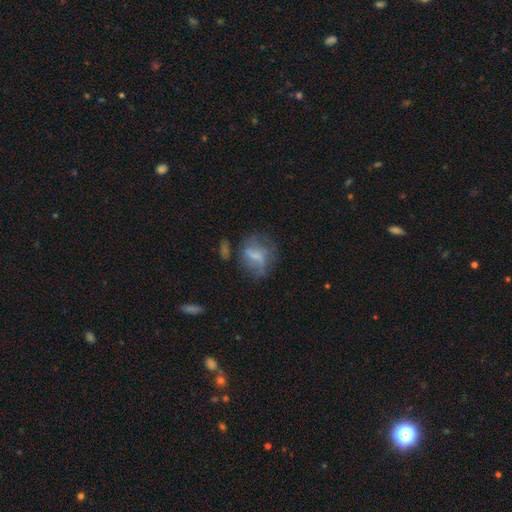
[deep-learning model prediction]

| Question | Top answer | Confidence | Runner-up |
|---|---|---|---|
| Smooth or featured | smooth | 46% | featured or disk (43%) |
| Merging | none | 46% | minor disturbance (24%) |